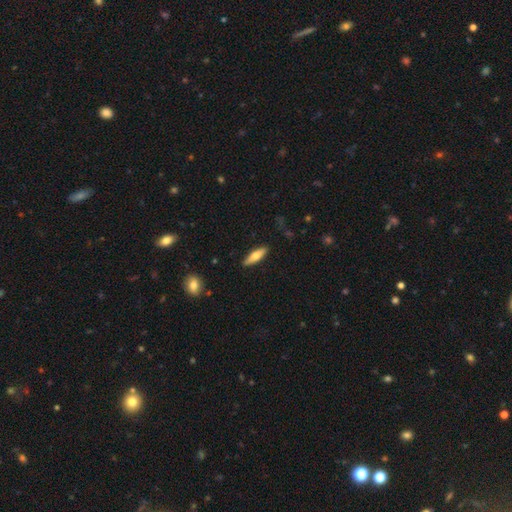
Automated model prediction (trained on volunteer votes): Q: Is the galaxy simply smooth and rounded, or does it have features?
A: smooth — 67%.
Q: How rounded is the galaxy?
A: cigar-shaped — 59%.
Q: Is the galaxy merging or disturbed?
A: none — 88%.